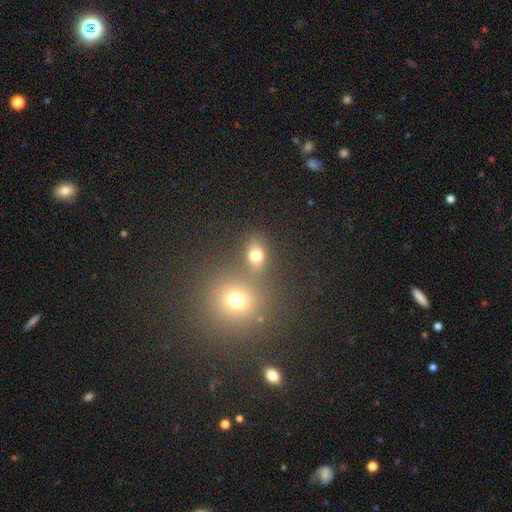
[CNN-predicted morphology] smooth-or-featured: smooth: 73% | star or artifact: 17% | featured or disk: 9%
  how-rounded: round: 54% | in between: 44% | cigar-shaped: 2%
  merging: none: 57% | merger: 30% | minor disturbance: 9% | major disturbance: 4%